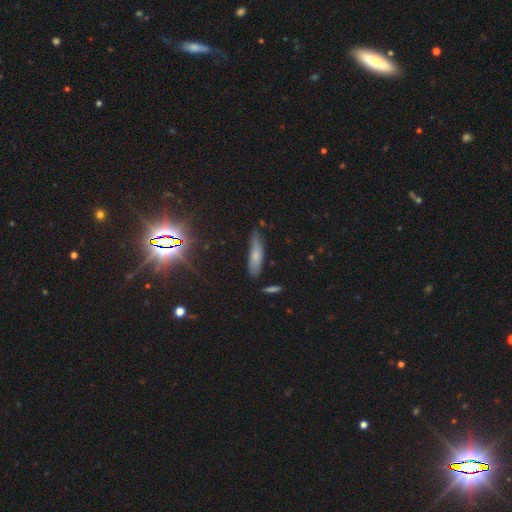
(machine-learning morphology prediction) Q: Smooth or featured?
A: smooth (62%); runner-up: featured or disk (25%)
Q: How rounded?
A: cigar-shaped (64%); runner-up: in between (34%)
Q: Merging?
A: none (69%); runner-up: minor disturbance (23%)